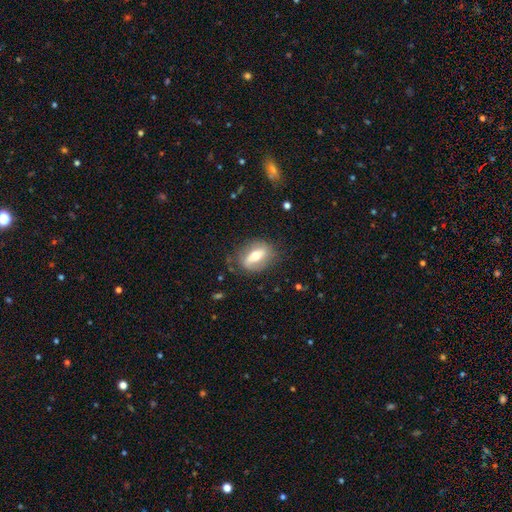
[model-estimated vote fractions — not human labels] This appears to be a featured or disk galaxy (48%). Merging: none (75%).